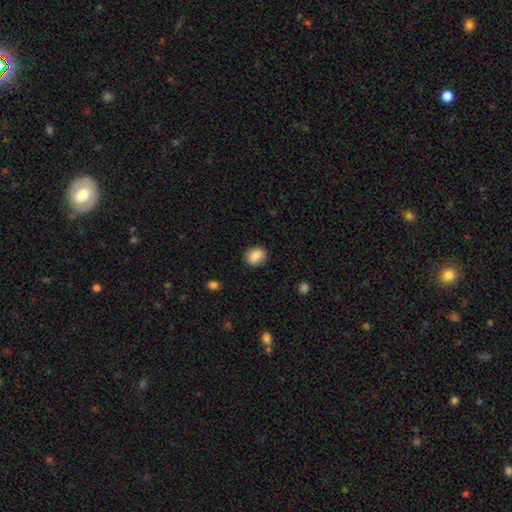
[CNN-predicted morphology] This is clearly a smooth galaxy (87%). How rounded: possibly round (58%). Merging: clearly none (88%).